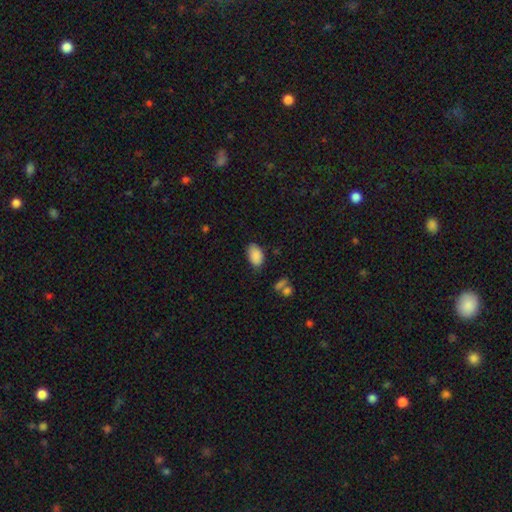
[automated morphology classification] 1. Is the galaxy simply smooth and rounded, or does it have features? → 88% smooth, 8% star or artifact, 4% featured or disk.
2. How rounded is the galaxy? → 92% in between, 7% round, 1% cigar-shaped.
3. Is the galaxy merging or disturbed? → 74% none, 20% minor disturbance, 4% major disturbance, 2% merger.